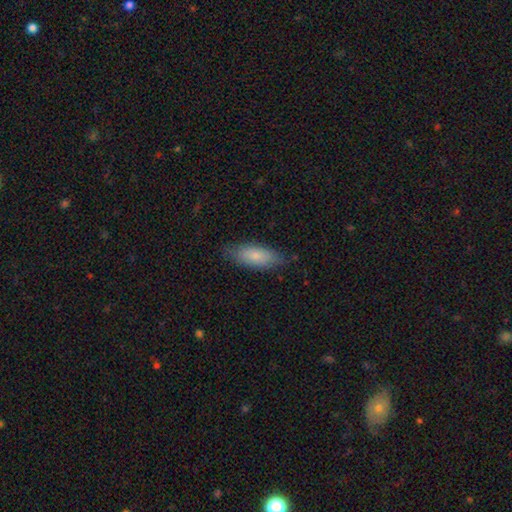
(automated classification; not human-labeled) The model was most divided on "how rounded": in between: 75%, cigar-shaped: 23%, round: 2%. More confident: merging — none (80%); smooth or featured — smooth (80%).